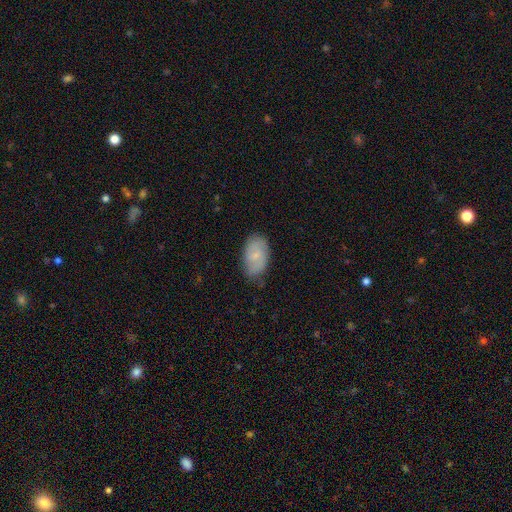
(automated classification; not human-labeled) Overall: smooth (51%; featured or disk 41%). How rounded: in between (91%). Merging: none (75%).